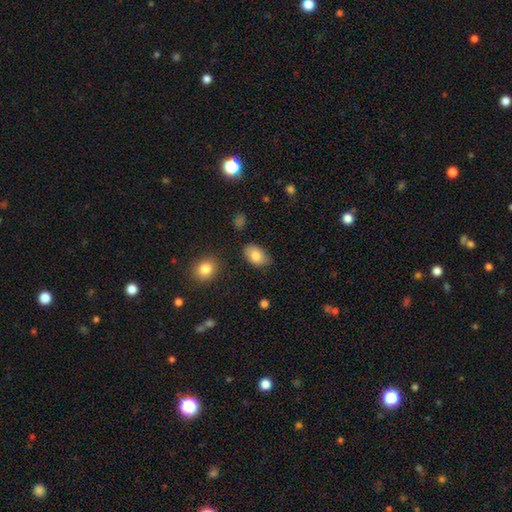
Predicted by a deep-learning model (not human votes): Smooth or featured? smooth (82%)
How rounded? in between (89%)
Merging? none (80%)